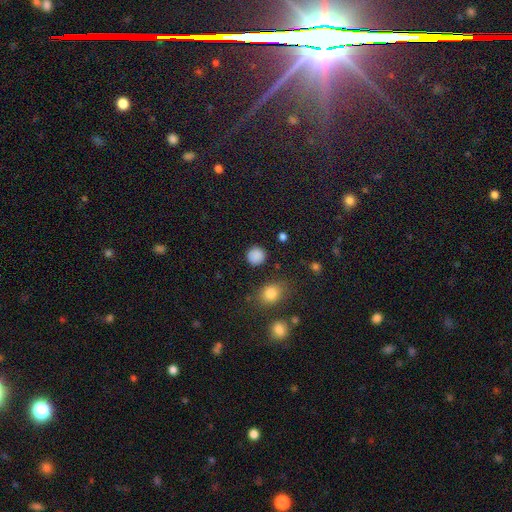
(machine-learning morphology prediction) This is clearly a smooth galaxy (85%). How rounded: clearly round (90%). Merging: clearly none (87%).